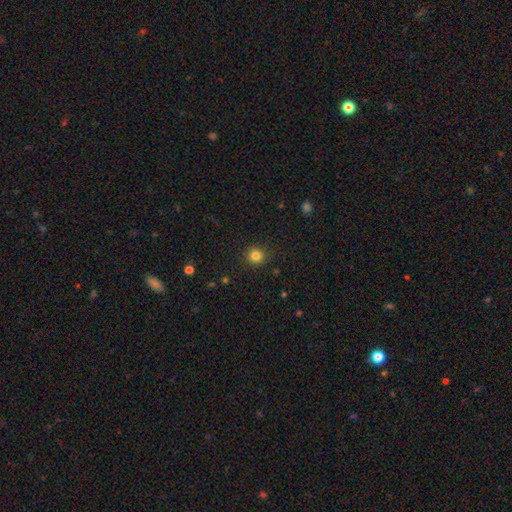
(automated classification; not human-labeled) A smooth galaxy with no disk features (82%) that is round (91%).

Vote fractions:
- Smooth or featured? smooth: 82% / star or artifact: 13% / featured or disk: 4%
- How rounded? round: 91% / in between: 8% / cigar-shaped: 1%
- Merging? none: 90% / minor disturbance: 7% / major disturbance: 2% / merger: 1%